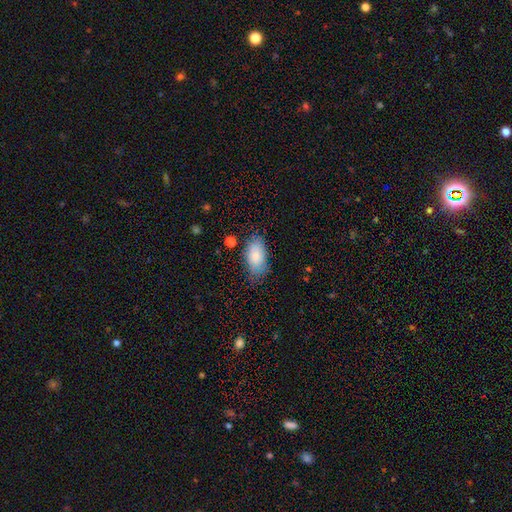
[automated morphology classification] Smooth or featured?
  - smooth: 82% *
  - featured or disk: 11%
  - star or artifact: 7%
How rounded?
  - in between: 93% *
  - round: 4%
  - cigar-shaped: 3%
Merging?
  - none: 71% *
  - minor disturbance: 21%
  - major disturbance: 6%
  - merger: 3%